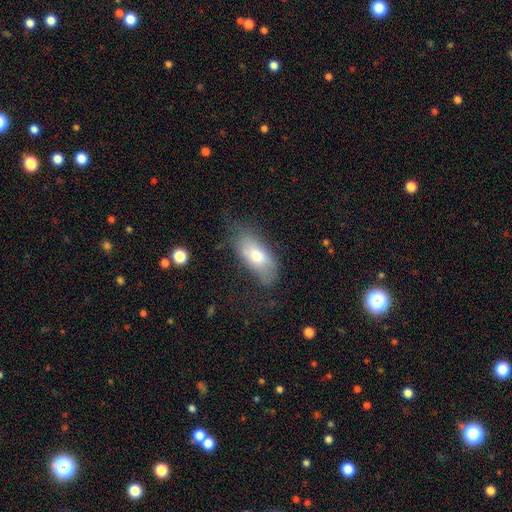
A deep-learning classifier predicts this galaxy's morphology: Q: Smooth or featured?
A: smooth (63%); runner-up: featured or disk (28%)
Q: How rounded?
A: in between (86%); runner-up: cigar-shaped (11%)
Q: Merging?
A: none (55%); runner-up: minor disturbance (28%)